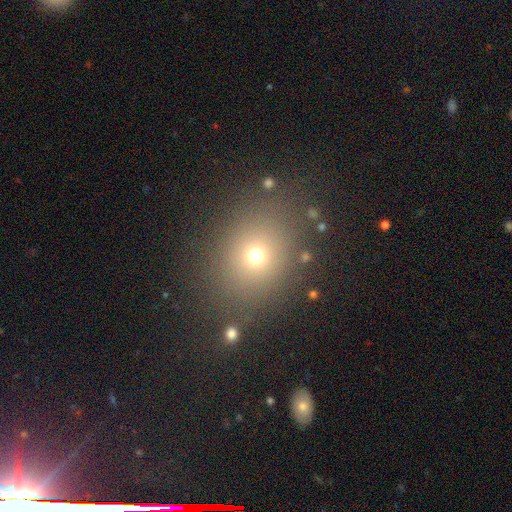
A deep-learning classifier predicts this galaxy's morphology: type=smooth (68%); roundness=round (61%); merging=none (81%).